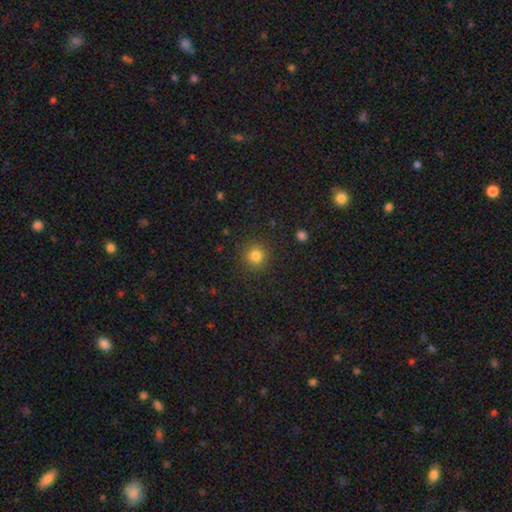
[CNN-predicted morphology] Q: Smooth or featured?
A: smooth (81%); runner-up: star or artifact (13%)
Q: How rounded?
A: round (93%); runner-up: in between (6%)
Q: Merging?
A: none (89%); runner-up: minor disturbance (7%)